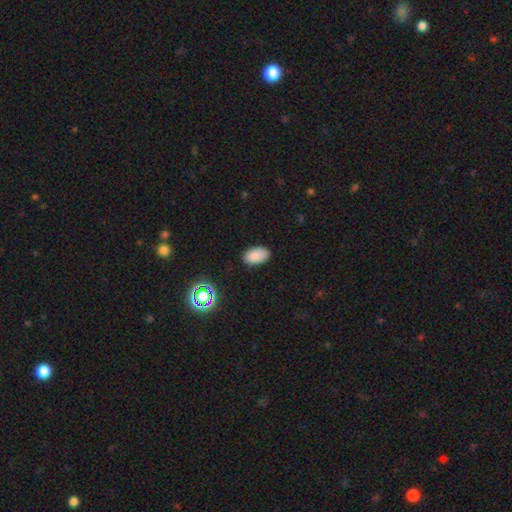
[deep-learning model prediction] Morphology: type=smooth (85%); roundness=in between (94%); merging=none (86%).